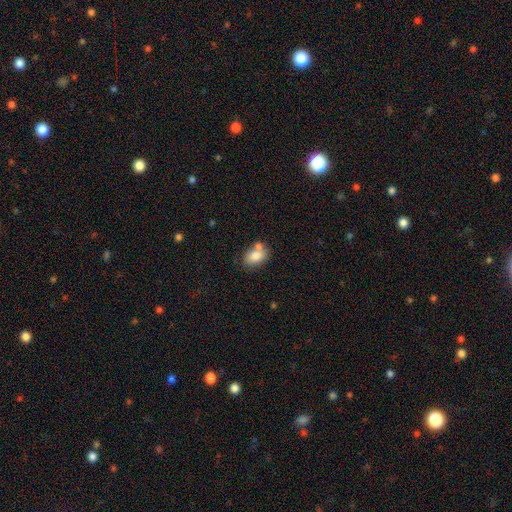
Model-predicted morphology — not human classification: smooth_or_featured: smooth (p=0.80) [alt: featured or disk p=0.12]
how_rounded: in between (p=0.77) [alt: round p=0.22]
merging: none (p=0.55) [alt: merger p=0.25]